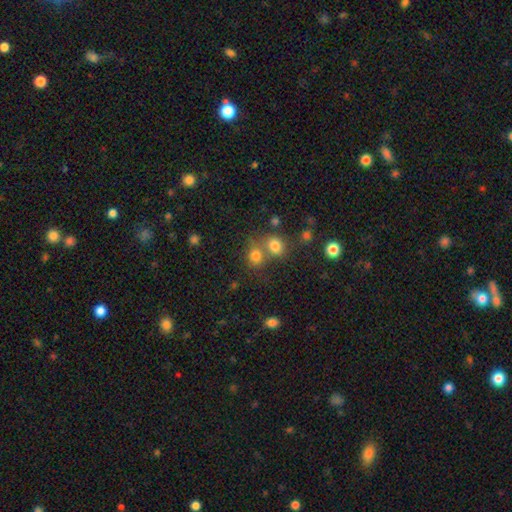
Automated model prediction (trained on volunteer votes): Smooth or featured?
  - smooth: 77% *
  - star or artifact: 15%
  - featured or disk: 8%
How rounded?
  - round: 64% *
  - in between: 35%
  - cigar-shaped: 1%
Merging?
  - merger: 45% *
  - none: 42%
  - minor disturbance: 8%
  - major disturbance: 4%